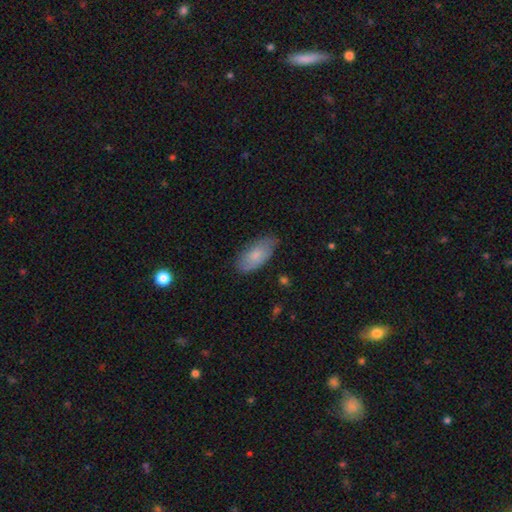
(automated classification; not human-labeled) Q: Smooth or featured?
A: smooth (70%); runner-up: featured or disk (24%)
Q: How rounded?
A: in between (91%); runner-up: cigar-shaped (6%)
Q: Merging?
A: none (71%); runner-up: minor disturbance (23%)